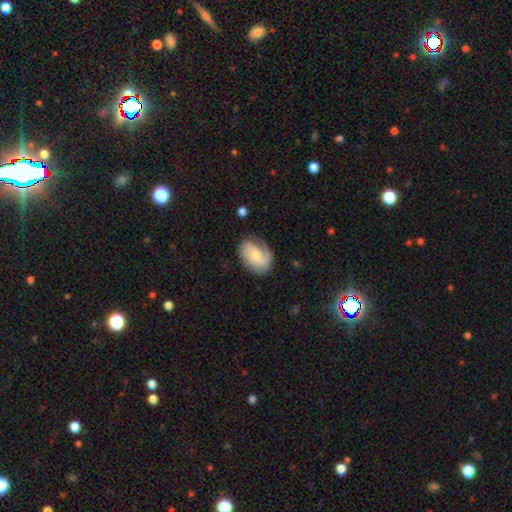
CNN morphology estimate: Overall: featured or disk (51%; smooth 42%). Edge-on disk: no (96%). Merging: none (67%).